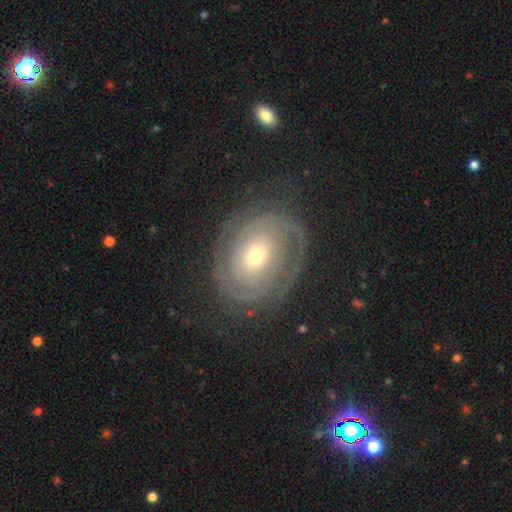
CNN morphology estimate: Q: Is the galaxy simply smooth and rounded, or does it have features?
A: featured or disk — 79%.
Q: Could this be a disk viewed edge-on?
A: no — 96%.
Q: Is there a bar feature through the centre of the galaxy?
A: no — 78%.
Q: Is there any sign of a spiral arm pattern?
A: yes — 86%.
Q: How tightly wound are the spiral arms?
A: tight — 73%.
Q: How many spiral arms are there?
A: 2 — 45%.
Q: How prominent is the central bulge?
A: small — 51%.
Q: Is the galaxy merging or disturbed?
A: none — 72%.